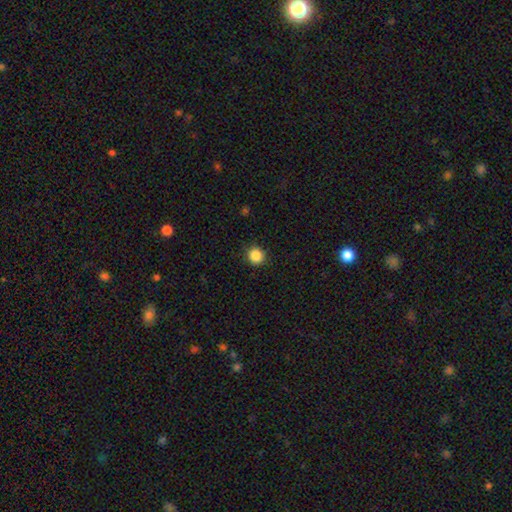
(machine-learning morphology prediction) Smooth or featured: smooth — 87% (star or artifact — 10%)
How rounded: round — 93% (in between — 6%)
Merging: none — 91% (minor disturbance — 6%)